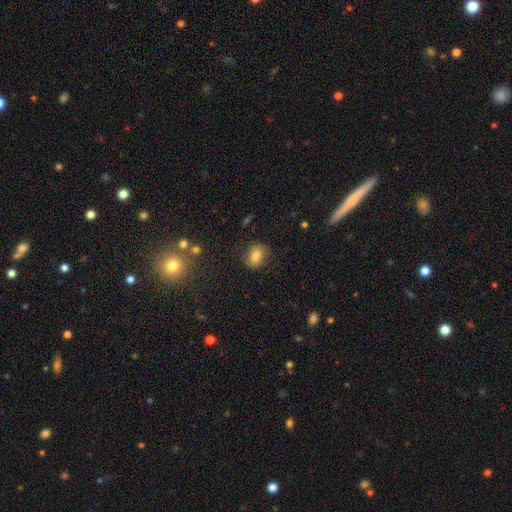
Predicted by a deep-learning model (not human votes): Smooth or featured?
  - smooth: 78% *
  - featured or disk: 12%
  - star or artifact: 11%
How rounded?
  - in between: 56% *
  - round: 42%
  - cigar-shaped: 1%
Merging?
  - none: 78% *
  - minor disturbance: 16%
  - major disturbance: 5%
  - merger: 2%